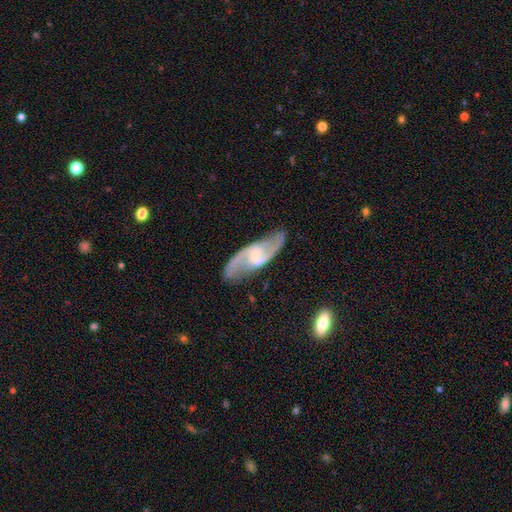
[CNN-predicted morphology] Smooth or featured?
  - featured or disk: 90% *
  - smooth: 5%
  - star or artifact: 4%
Edge-on disk?
  - no: 95% *
  - yes: 5%
Bar?
  - weak: 49% *
  - no: 30%
  - strong: 21%
Spiral arms?
  - yes: 97% *
  - no: 3%
Spiral winding?
  - medium: 49% *
  - loose: 40%
  - tight: 10%
Spiral arm count?
  - 2: 94% *
  - can't tell: 2%
  - 1: 1%
  - 3: 1%
  - 4: 1%
  - more than 4: 1%
Bulge size?
  - small: 40% *
  - none: 35%
  - moderate: 20%
  - large: 4%
  - dominant: 1%
Merging?
  - none: 81% *
  - minor disturbance: 13%
  - major disturbance: 5%
  - merger: 2%